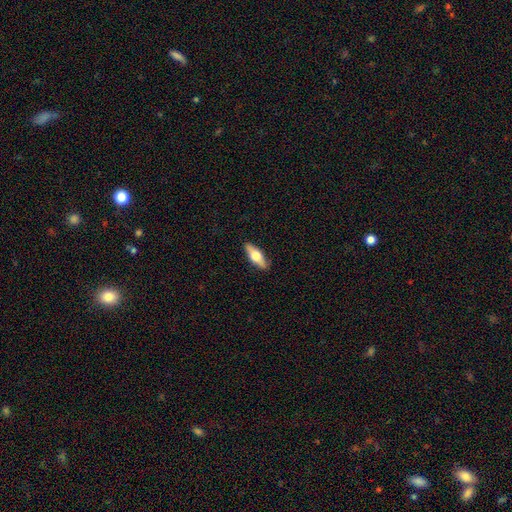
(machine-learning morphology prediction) A smooth galaxy with no disk features (50%).

Vote fractions:
- Smooth or featured? smooth: 50% / featured or disk: 45% / star or artifact: 6%
- Merging? none: 89% / minor disturbance: 8% / major disturbance: 2% / merger: 1%